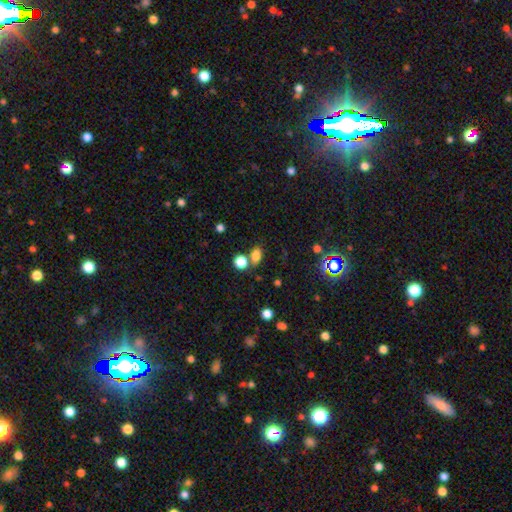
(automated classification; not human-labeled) The model was most divided on "merging": none: 62%, merger: 22%, minor disturbance: 11%, major disturbance: 4%. More confident: smooth or featured — smooth (77%); how rounded — in between (72%).